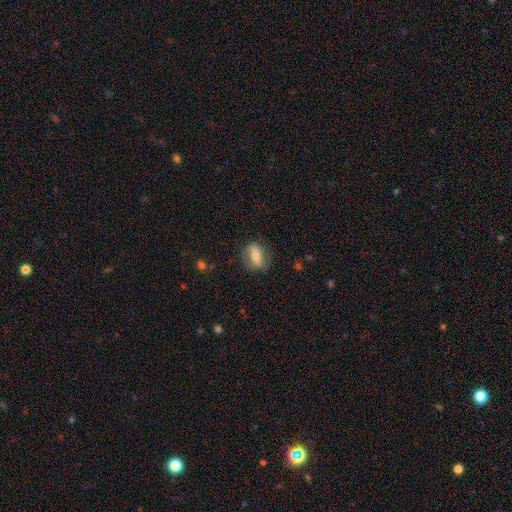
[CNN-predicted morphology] Smooth or featured: featured or disk — 47% (smooth — 46%)
Merging: none — 75% (minor disturbance — 16%)